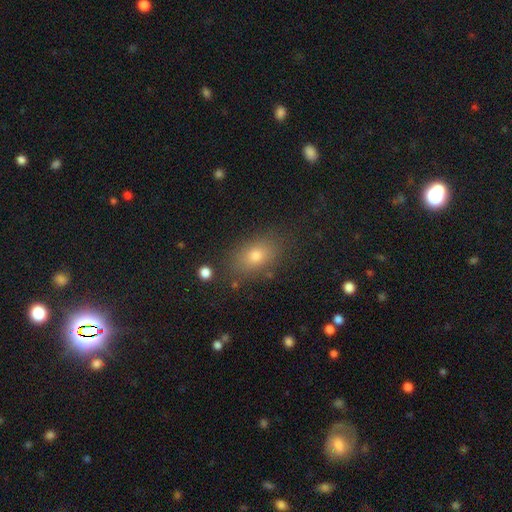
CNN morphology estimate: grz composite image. It shows a smooth galaxy with no disk features (74%) that is in between round and cigar-shaped (78%). Merging: none (82%).